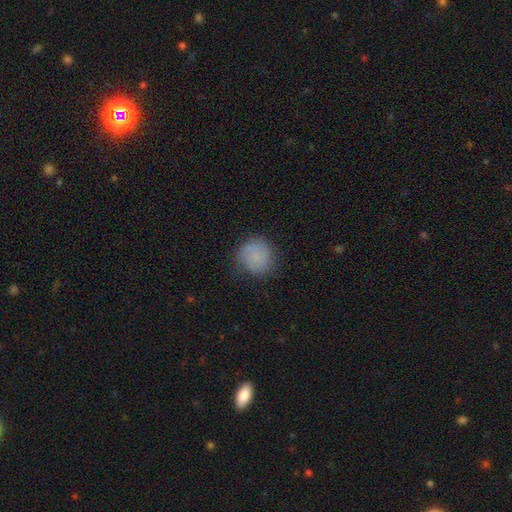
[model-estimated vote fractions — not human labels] The model was most divided on "merging": none: 67%, minor disturbance: 22%, major disturbance: 9%, merger: 2%. More confident: how rounded — round (86%); smooth or featured — smooth (77%).